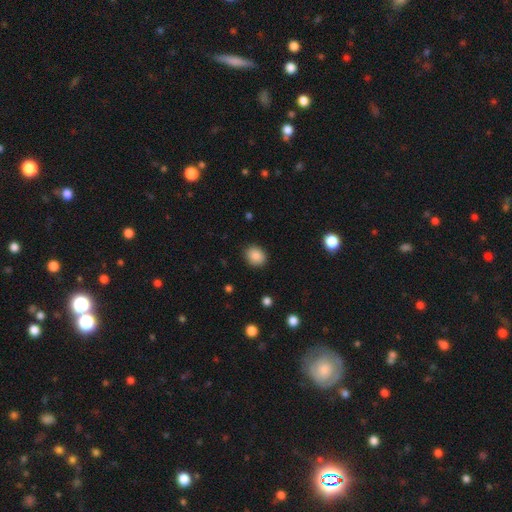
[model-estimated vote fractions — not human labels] Q: Smooth or featured?
A: smooth (88%); runner-up: star or artifact (9%)
Q: How rounded?
A: round (62%); runner-up: in between (37%)
Q: Merging?
A: none (88%); runner-up: minor disturbance (8%)